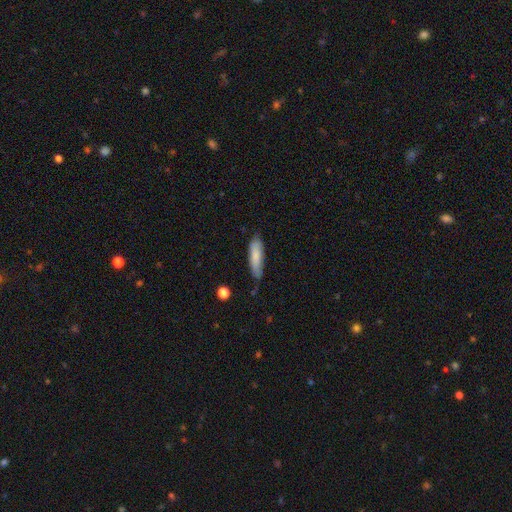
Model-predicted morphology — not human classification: This appears to be a smooth galaxy with no disk features (79%) that is cigar-shaped (63%). Merging: none (65%).